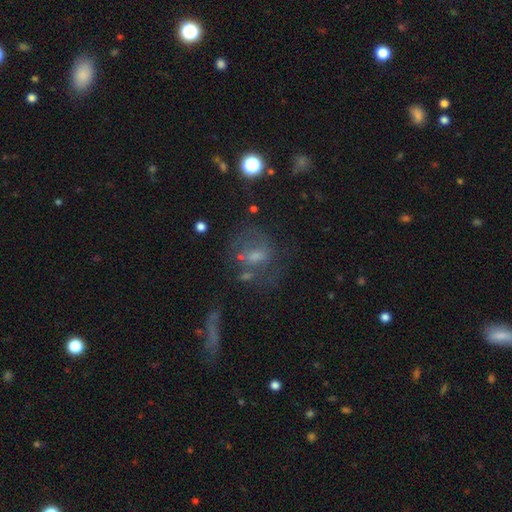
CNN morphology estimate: This appears to be a featured or disk galaxy (48%). Merging: none (47%).